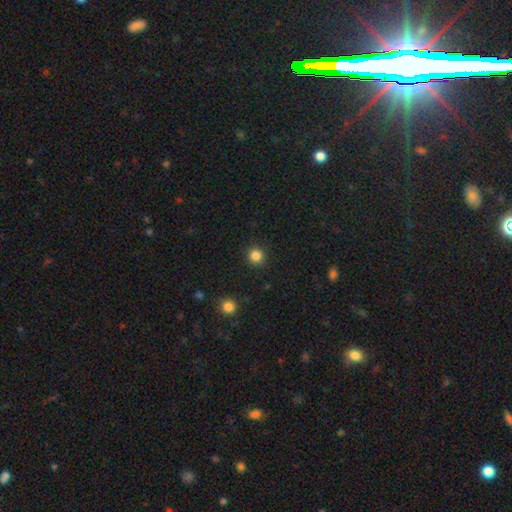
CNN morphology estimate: Smooth or featured: smooth — 85% (star or artifact — 12%)
How rounded: round — 93% (in between — 6%)
Merging: none — 91% (minor disturbance — 6%)